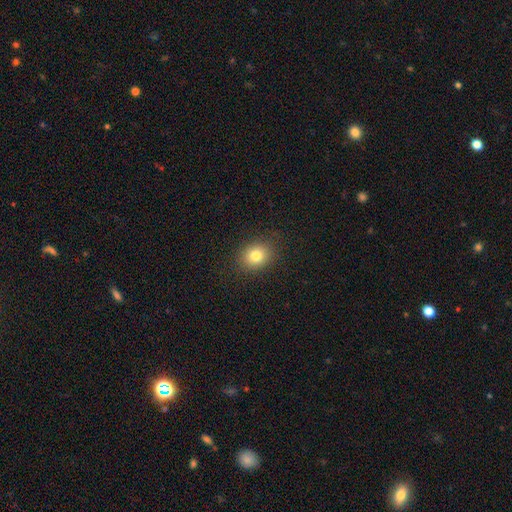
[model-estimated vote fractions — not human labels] Smooth or featured? Predicted: smooth (p=0.80). How rounded? Predicted: round (p=0.53). Merging? Predicted: none (p=0.87).